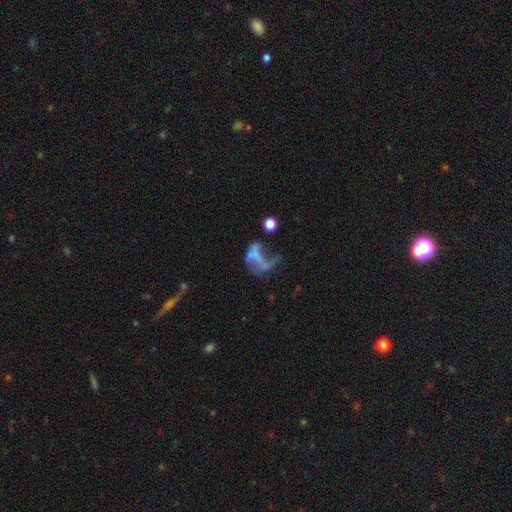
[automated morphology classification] Smooth or featured?
  - featured or disk: 52% *
  - smooth: 33%
  - star or artifact: 16%
Edge-on disk?
  - no: 97% *
  - yes: 3%
Merging?
  - major disturbance: 49% *
  - none: 22%
  - merger: 16%
  - minor disturbance: 13%